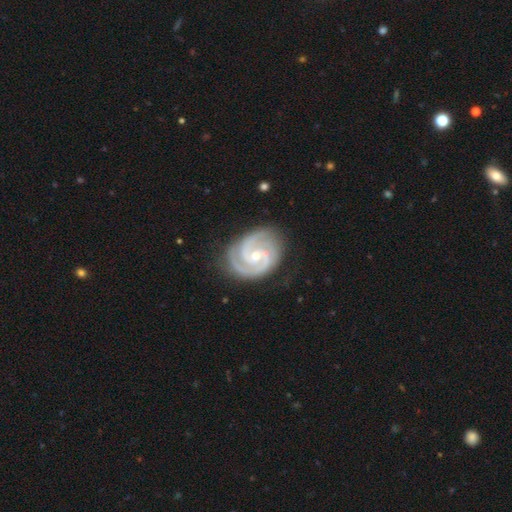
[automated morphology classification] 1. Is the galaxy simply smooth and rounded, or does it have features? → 94% featured or disk, 3% star or artifact, 3% smooth.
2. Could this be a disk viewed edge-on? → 98% no, 2% yes.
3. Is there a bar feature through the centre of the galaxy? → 56% no, 34% weak, 10% strong.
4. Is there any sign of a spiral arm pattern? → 99% yes, 1% no.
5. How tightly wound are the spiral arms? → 65% tight, 32% medium, 3% loose.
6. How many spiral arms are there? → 65% 2, 24% 3, 3% can't tell, 3% 4, 2% 1, 2% more than 4.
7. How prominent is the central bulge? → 59% small, 38% moderate, 1% large, 1% none, 1% dominant.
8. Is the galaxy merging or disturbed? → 81% none, 14% minor disturbance, 4% major disturbance, 1% merger.